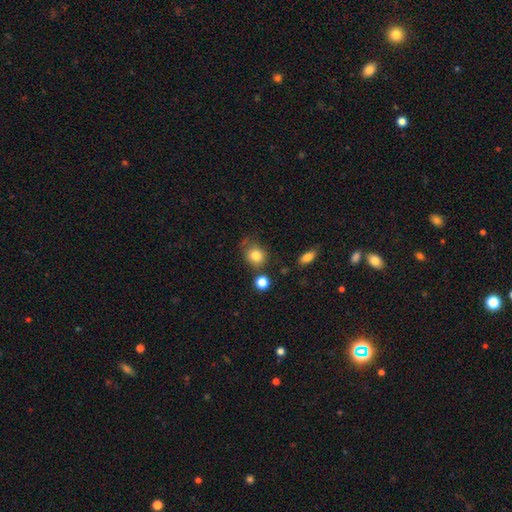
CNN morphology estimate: This is clearly a smooth galaxy (82%). How rounded: likely round (74%). Merging: likely none (68%).